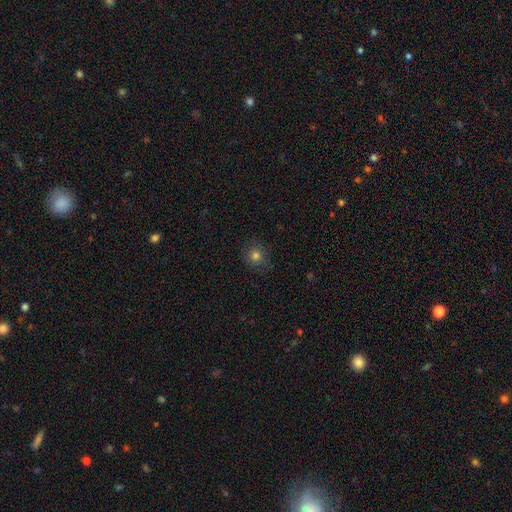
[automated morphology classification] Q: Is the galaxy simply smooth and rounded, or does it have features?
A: smooth — 79%.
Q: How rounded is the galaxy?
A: round — 89%.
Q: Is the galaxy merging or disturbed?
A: none — 85%.